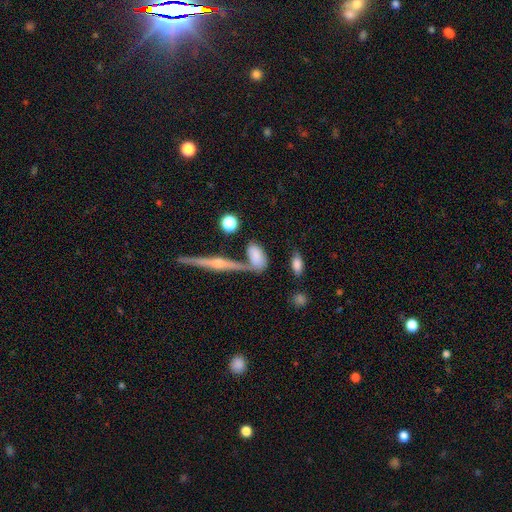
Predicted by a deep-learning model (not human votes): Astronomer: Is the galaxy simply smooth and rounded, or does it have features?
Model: smooth — 70%.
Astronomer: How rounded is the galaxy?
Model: in between — 86%.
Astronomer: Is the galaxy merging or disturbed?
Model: none — 46% (runner-up: merger, 26%).